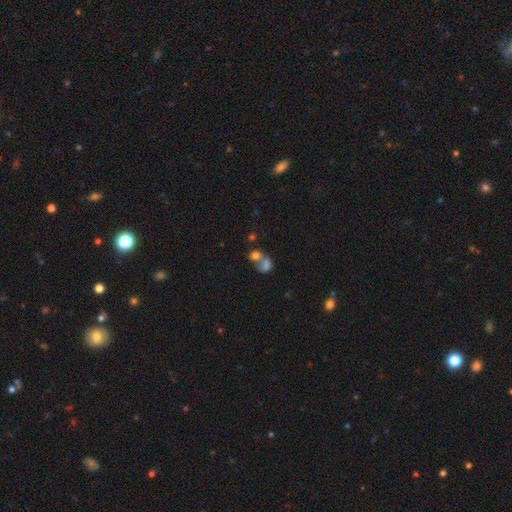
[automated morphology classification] The model was most divided on "how rounded": round: 52%, in between: 46%, cigar-shaped: 1%. More confident: smooth or featured — smooth (72%); merging — merger (62%).